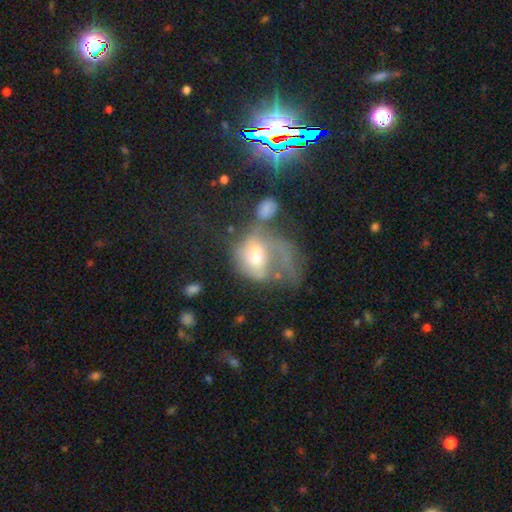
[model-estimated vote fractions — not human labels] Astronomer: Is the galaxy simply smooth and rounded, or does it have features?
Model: smooth — 44%, tied with featured or disk at 44%.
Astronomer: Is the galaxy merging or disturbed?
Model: major disturbance — 53%.